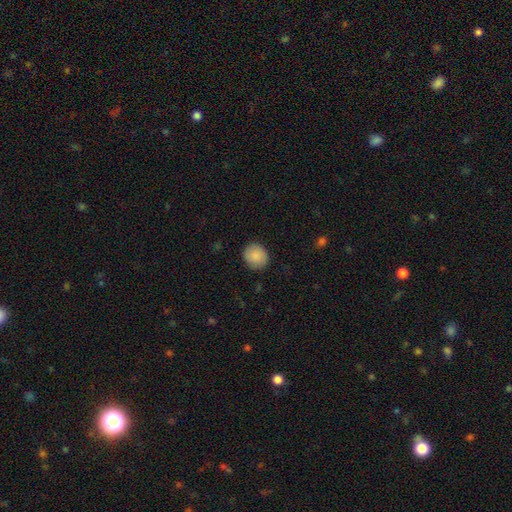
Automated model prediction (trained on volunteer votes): This appears to be a smooth galaxy with no disk features (88%) that is round (84%). Merging: none (88%).